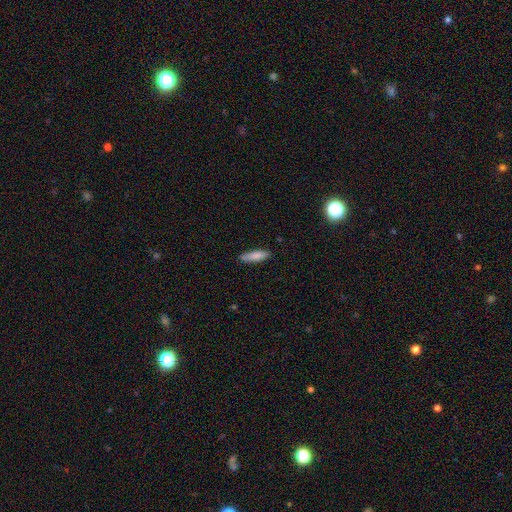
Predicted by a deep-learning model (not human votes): smooth-or-featured: smooth: 84% | featured or disk: 10% | star or artifact: 6%
  how-rounded: cigar-shaped: 68% | in between: 30% | round: 1%
  merging: none: 84% | minor disturbance: 13% | major disturbance: 2% | merger: 1%